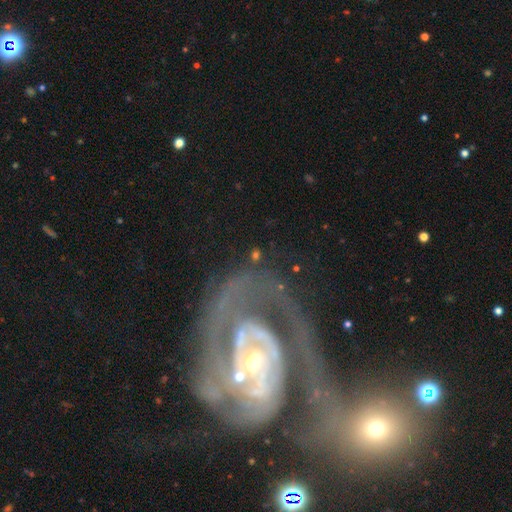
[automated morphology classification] Overall: featured or disk (54%; smooth 26%). Edge-on disk: no (88%). Merging: none (63%).